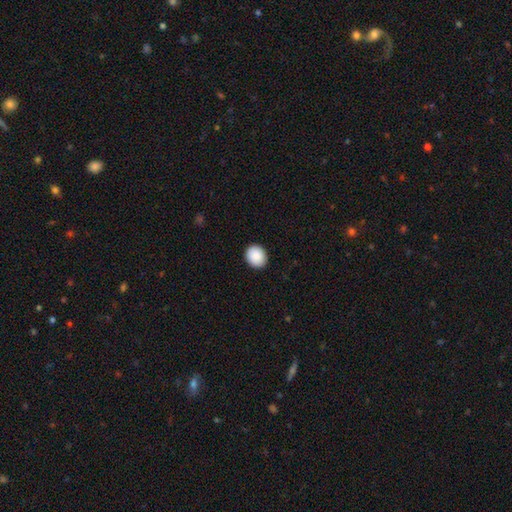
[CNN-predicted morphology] Overall: smooth (90%). How rounded: round (66%; in between 33%). Merging: none (91%).